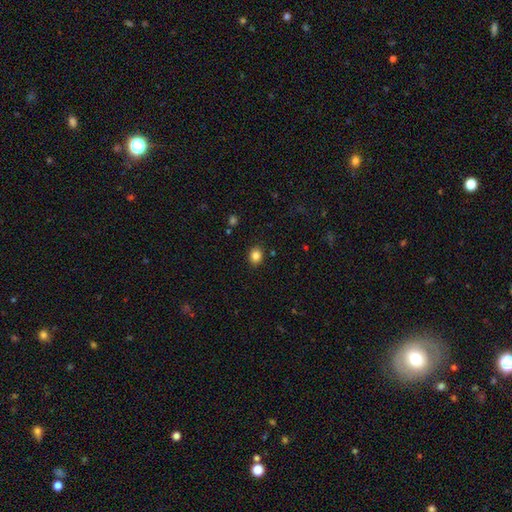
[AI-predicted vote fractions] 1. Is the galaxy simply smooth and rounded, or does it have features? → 84% smooth, 11% star or artifact, 5% featured or disk.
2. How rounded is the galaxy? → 61% round, 39% in between, 1% cigar-shaped.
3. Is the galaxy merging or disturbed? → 89% none, 8% minor disturbance, 2% major disturbance, 2% merger.